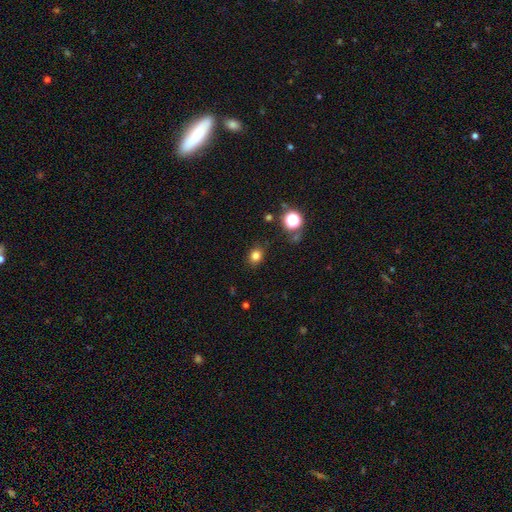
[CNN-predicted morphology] type=smooth (80%); roundness=round (62%); merging=none (85%).